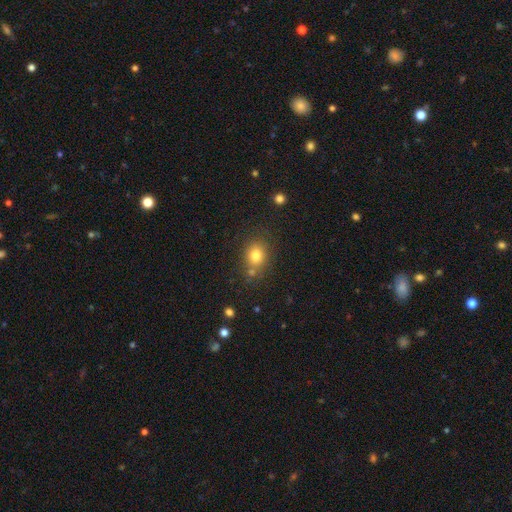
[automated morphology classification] Q: Smooth or featured?
A: smooth (79%); runner-up: star or artifact (12%)
Q: How rounded?
A: round (59%); runner-up: in between (40%)
Q: Merging?
A: none (71%); runner-up: minor disturbance (14%)